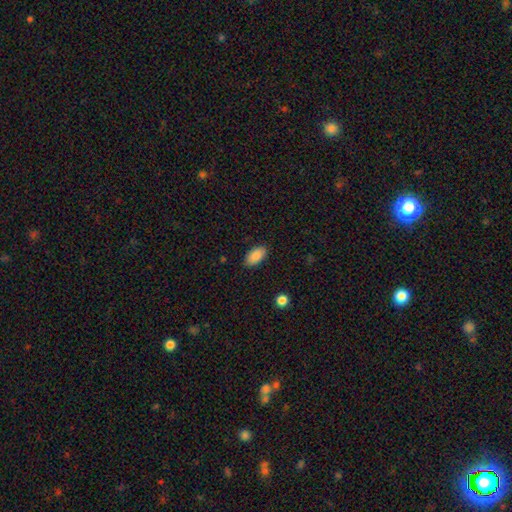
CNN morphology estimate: Smooth or featured: smooth — 87% (star or artifact — 7%)
How rounded: in between — 94% (round — 4%)
Merging: none — 86% (minor disturbance — 11%)